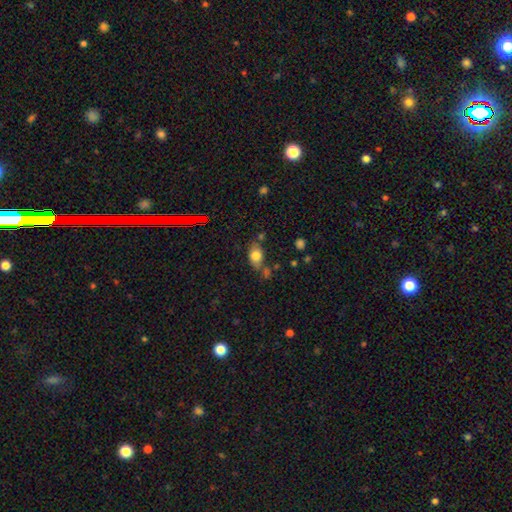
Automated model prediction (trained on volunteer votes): Morphology: type=smooth (76%); roundness=in between (76%); merging=none (59%).